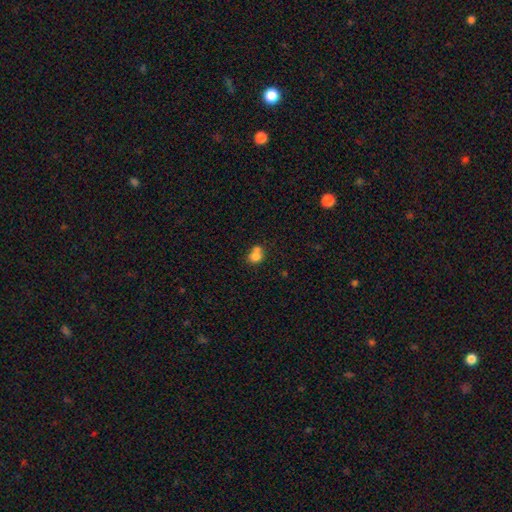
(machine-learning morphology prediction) This is likely a smooth galaxy (77%). How rounded: likely round (63%). Merging: possibly merger (47%).